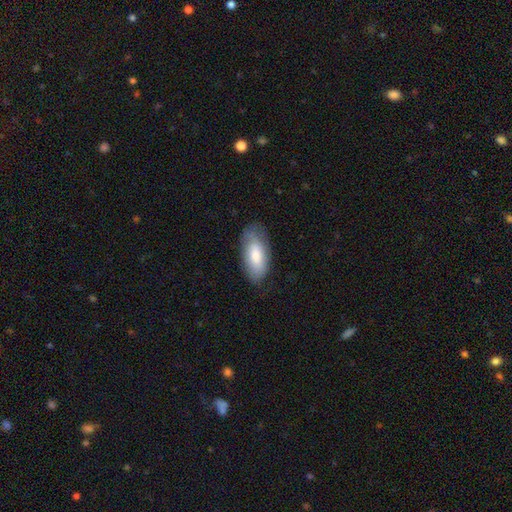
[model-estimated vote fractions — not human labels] A smooth galaxy with no disk features (74%) that is in between round and cigar-shaped (89%).

Vote fractions:
- Smooth or featured? smooth: 74% / featured or disk: 20% / star or artifact: 6%
- How rounded? in between: 89% / cigar-shaped: 9% / round: 2%
- Merging? none: 69% / minor disturbance: 23% / major disturbance: 7% / merger: 1%